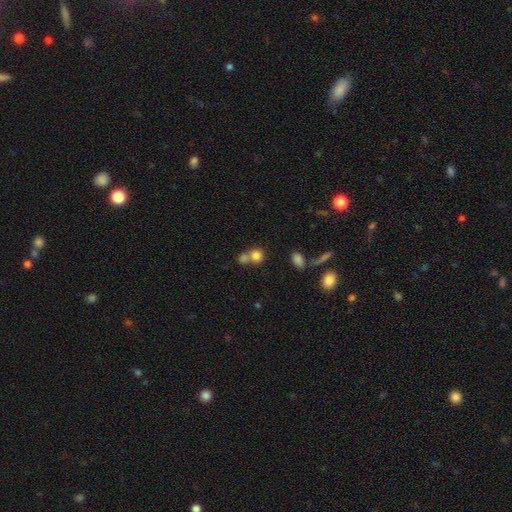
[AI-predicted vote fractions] Smooth or featured? smooth (79%)
How rounded? round (79%)
Merging? merger (48%)